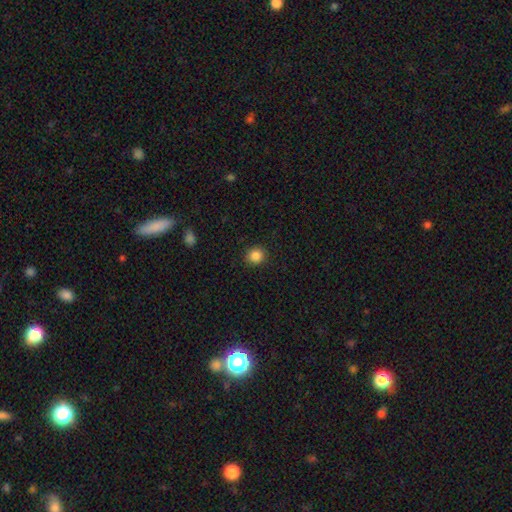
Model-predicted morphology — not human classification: A smooth galaxy with no disk features (86%) that is round (90%). Merging: none (91%).